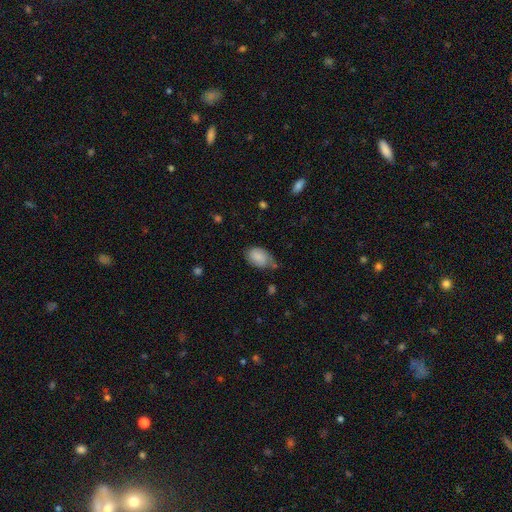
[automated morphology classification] This is likely a smooth galaxy (74%). How rounded: clearly in between (85%). Merging: possibly none (50%).